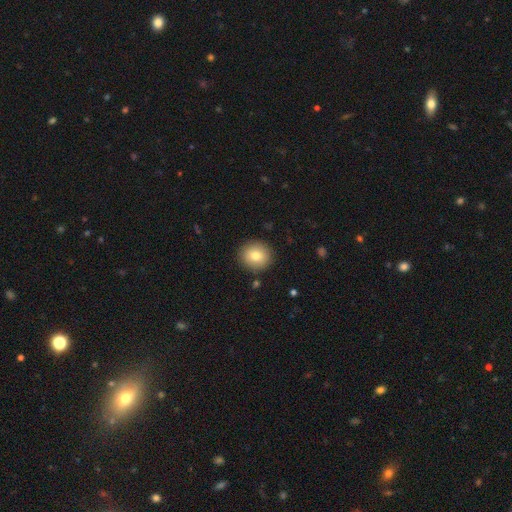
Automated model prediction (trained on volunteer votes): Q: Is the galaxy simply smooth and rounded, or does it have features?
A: smooth — 78%.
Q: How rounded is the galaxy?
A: round — 90%.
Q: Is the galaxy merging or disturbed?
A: none — 90%.